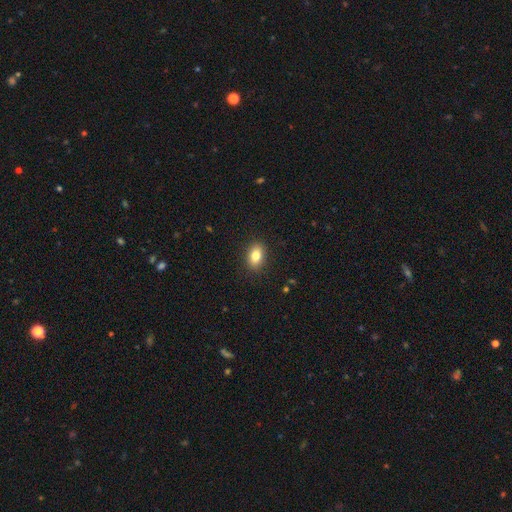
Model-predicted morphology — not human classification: Q: Smooth or featured?
A: smooth (81%); runner-up: featured or disk (9%)
Q: How rounded?
A: in between (80%); runner-up: round (19%)
Q: Merging?
A: none (89%); runner-up: minor disturbance (8%)